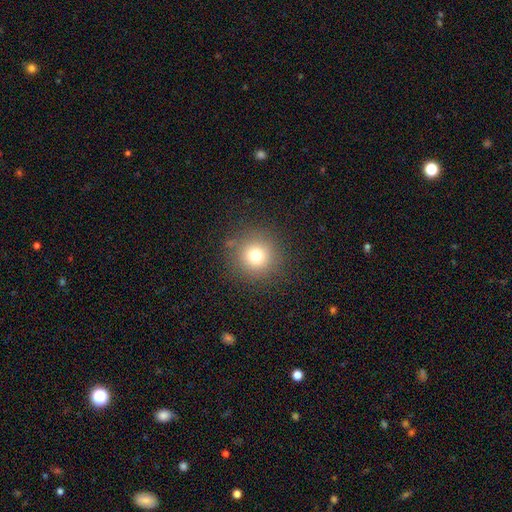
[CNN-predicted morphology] Smooth or featured? Predicted: smooth (p=0.75). How rounded? Predicted: round (p=0.95). Merging? Predicted: none (p=0.88).